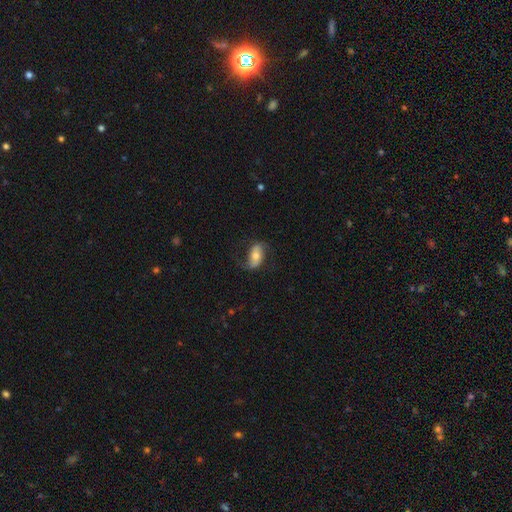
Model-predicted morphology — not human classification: A featured or disk galaxy (47%). Merging: none (67%).